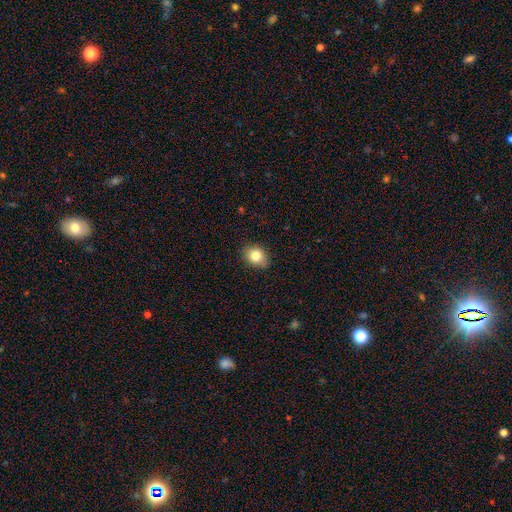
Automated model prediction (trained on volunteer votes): Overall: smooth (82%). How rounded: in between (53%; round 46%). Merging: none (82%).